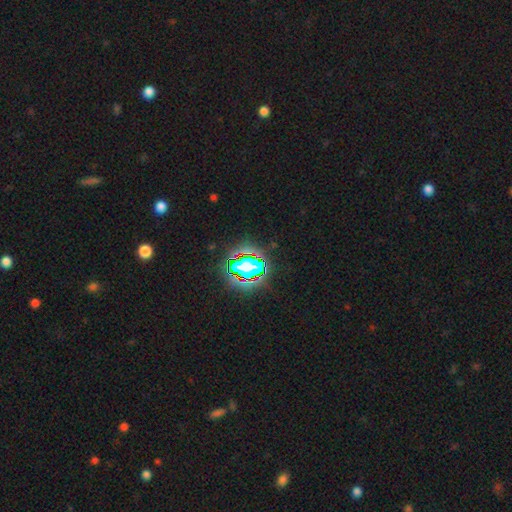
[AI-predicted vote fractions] star or artifact 79%, smooth 14%, featured or disk 8%.